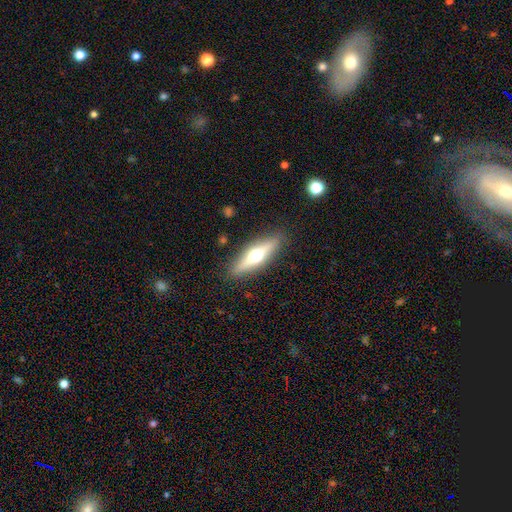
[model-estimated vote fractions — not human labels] smooth-or-featured: featured or disk: 58% | smooth: 36% | star or artifact: 7%
  disk-edge-on: yes: 91% | no: 9%
    edge-on-bulge: rounded: 95% | boxy: 2% | none: 2%
  merging: none: 88% | minor disturbance: 8% | major disturbance: 2% | merger: 1%